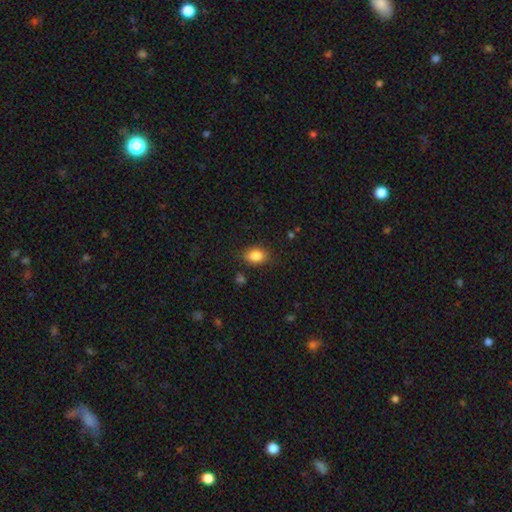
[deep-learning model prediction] Smooth or featured? smooth (86%)
How rounded? in between (81%)
Merging? none (83%)